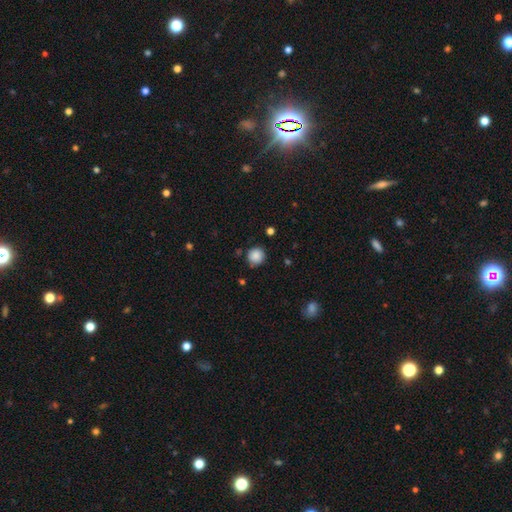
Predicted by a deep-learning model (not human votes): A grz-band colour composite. It shows a smooth galaxy with no disk features (87%) that is round (92%). Merging: none (84%).